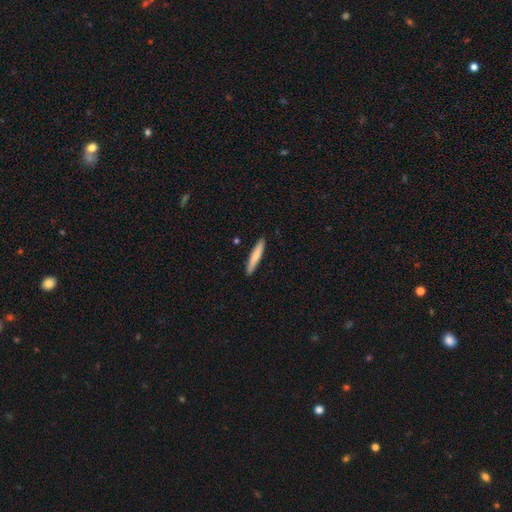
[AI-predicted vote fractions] Smooth or featured?
  - smooth: 75% *
  - featured or disk: 20%
  - star or artifact: 5%
How rounded?
  - cigar-shaped: 93% *
  - in between: 6%
  - round: 1%
Merging?
  - none: 90% *
  - minor disturbance: 7%
  - major disturbance: 1%
  - merger: 1%